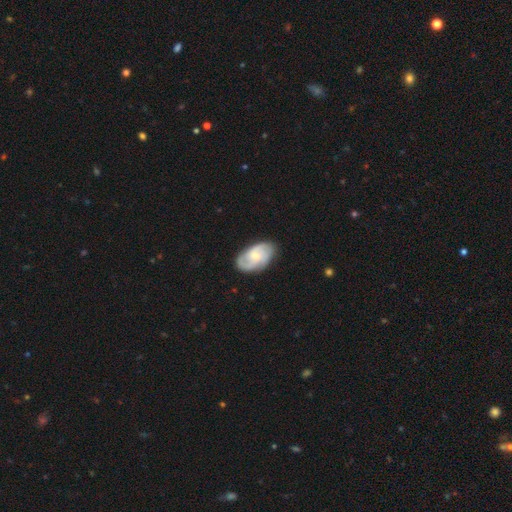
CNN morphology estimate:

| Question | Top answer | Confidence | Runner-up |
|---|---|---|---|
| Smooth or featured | featured or disk | 66% | smooth (29%) |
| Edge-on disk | no | 96% | yes (4%) |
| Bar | no | 55% | weak (39%) |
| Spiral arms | yes | 92% | no (8%) |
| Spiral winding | medium | 46% | tight (34%) |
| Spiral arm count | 2 | 53% | 3 (19%) |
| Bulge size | small | 56% | moderate (35%) |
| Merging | none | 75% | minor disturbance (18%) |